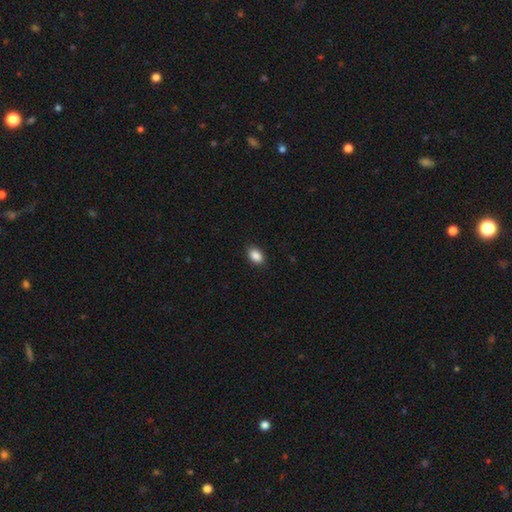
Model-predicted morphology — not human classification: Smooth or featured? Predicted: smooth (p=0.89). How rounded? Predicted: in between (p=0.86). Merging? Predicted: none (p=0.89).